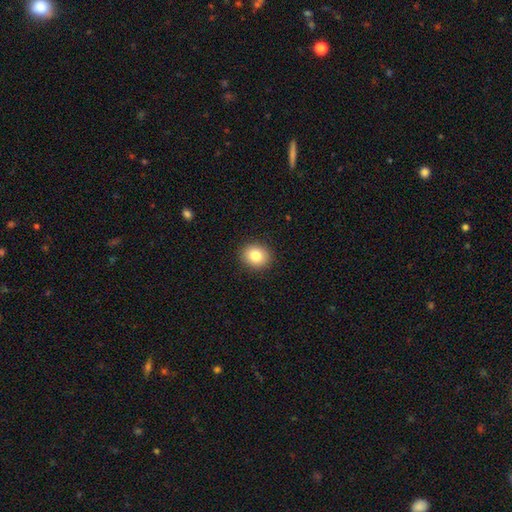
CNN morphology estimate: A smooth galaxy with no disk features (84%) that is round (69%).

Vote fractions:
- Smooth or featured? smooth: 84% / star or artifact: 9% / featured or disk: 7%
- How rounded? round: 69% / in between: 30% / cigar-shaped: 1%
- Merging? none: 90% / minor disturbance: 7% / major disturbance: 2% / merger: 1%